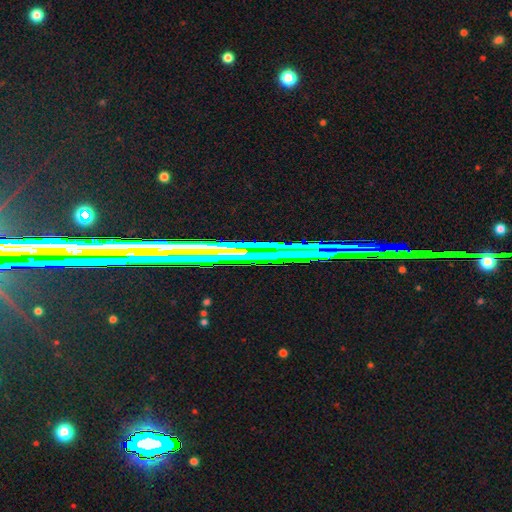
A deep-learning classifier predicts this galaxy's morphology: Smooth or featured? Predicted: star or artifact (p=0.75).